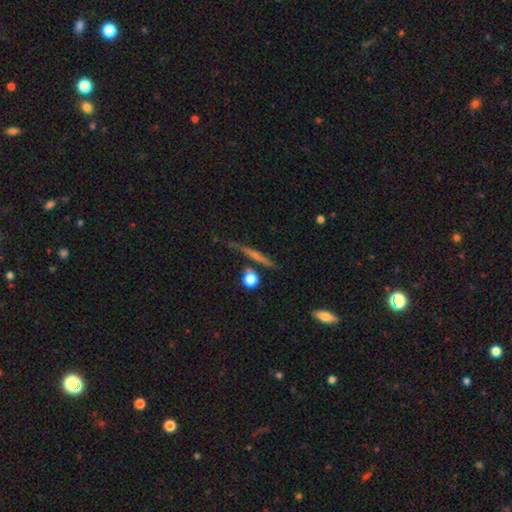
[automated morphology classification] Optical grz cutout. It shows a featured or disk galaxy (54%) viewed edge-on (94%) with no central bulge (51%). Merging: none (78%).